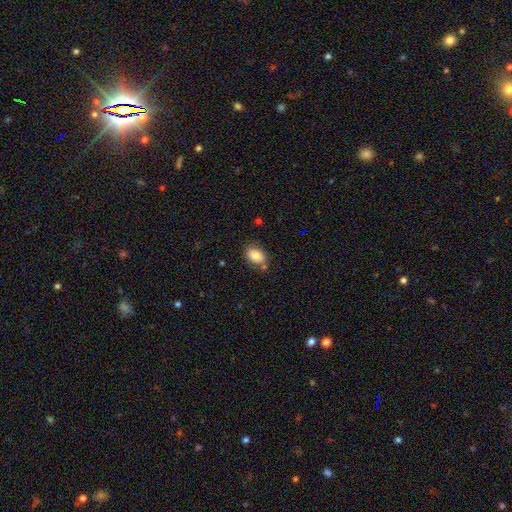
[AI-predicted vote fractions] Overall: smooth (82%). How rounded: in between (82%). Merging: none (75%).